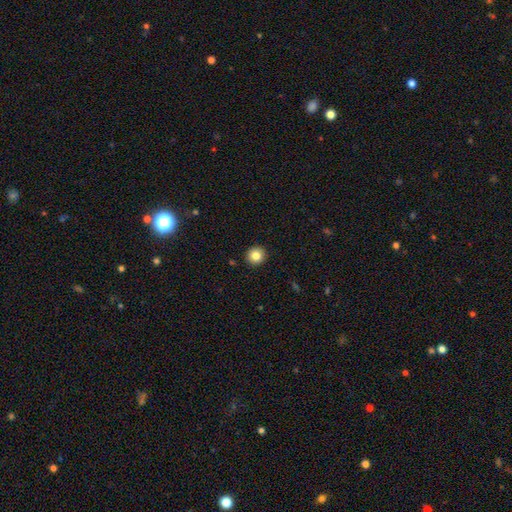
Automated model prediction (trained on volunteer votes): The model was most divided on "smooth or featured": smooth: 83%, star or artifact: 10%, featured or disk: 7%. More confident: merging — none (93%); how rounded — round (92%).